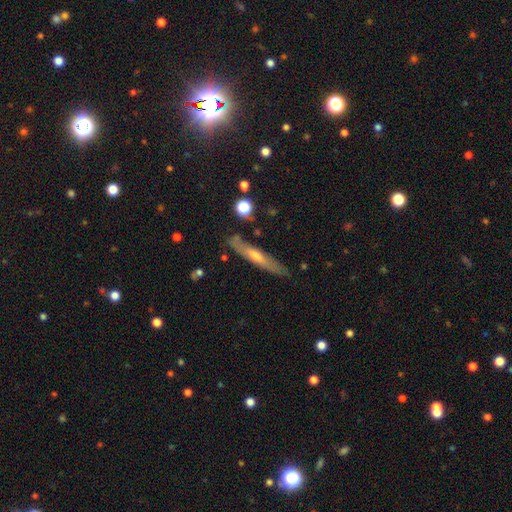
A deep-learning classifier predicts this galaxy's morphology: Smooth or featured? featured or disk (55%)
Edge-on disk? yes (83%)
Merging? none (81%)